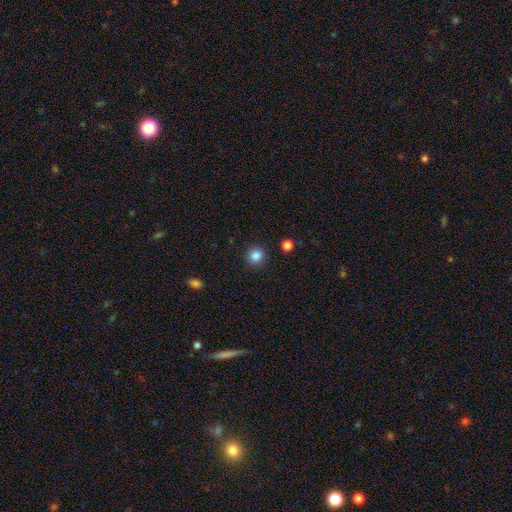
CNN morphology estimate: Q: Smooth or featured?
A: smooth (86%); runner-up: star or artifact (10%)
Q: How rounded?
A: round (91%); runner-up: in between (8%)
Q: Merging?
A: none (91%); runner-up: minor disturbance (5%)